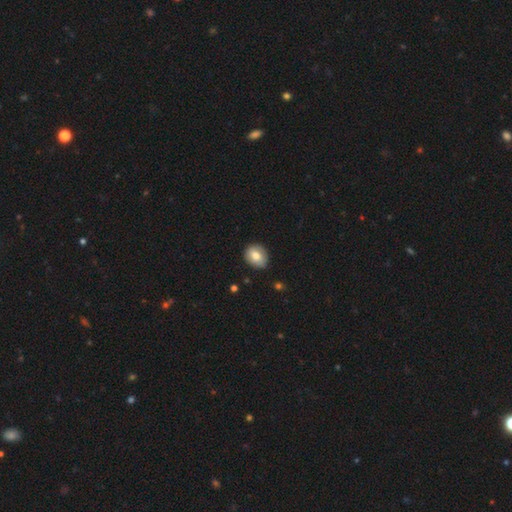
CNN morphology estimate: This appears to be a smooth galaxy with no disk features (76%) that is in between round and cigar-shaped (50%). Merging: none (83%).